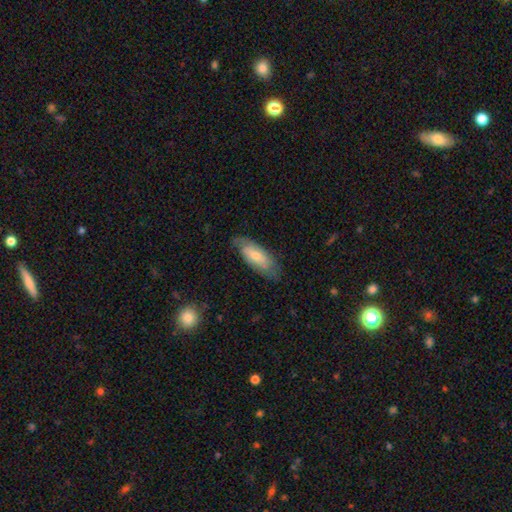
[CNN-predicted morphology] Overall: smooth (56%; featured or disk 38%). How rounded: in between (73%). Merging: none (72%).